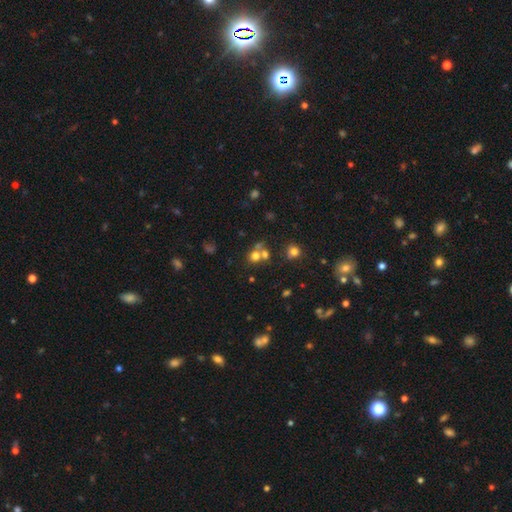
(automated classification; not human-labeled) The model was most divided on "merging": none: 47%, merger: 40%, minor disturbance: 8%, major disturbance: 5%. More confident: how rounded — round (82%); smooth or featured — smooth (67%).